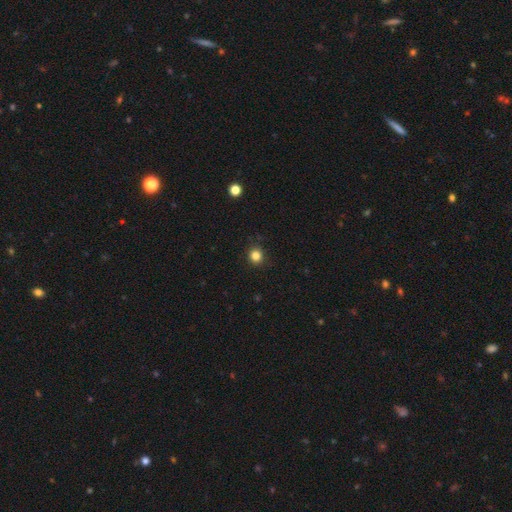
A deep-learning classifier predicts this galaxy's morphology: type=smooth (83%); roundness=round (90%); merging=none (90%).